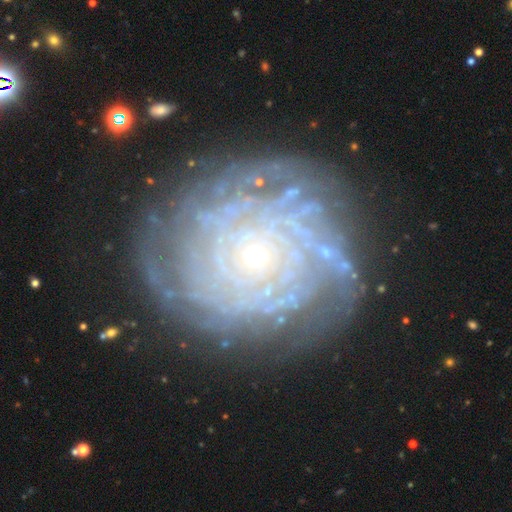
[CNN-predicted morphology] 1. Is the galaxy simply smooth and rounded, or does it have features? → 85% featured or disk, 8% smooth, 7% star or artifact.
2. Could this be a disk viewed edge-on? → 97% no, 3% yes.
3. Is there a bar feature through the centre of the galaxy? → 84% no, 11% weak, 4% strong.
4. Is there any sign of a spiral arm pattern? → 93% yes, 7% no.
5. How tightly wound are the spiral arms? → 84% tight, 12% medium, 3% loose.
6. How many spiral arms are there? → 35% can't tell, 24% more than 4, 14% 4, 10% 3, 9% 2, 7% 1.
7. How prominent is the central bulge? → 83% small, 13% moderate, 1% large, 1% none, 1% dominant.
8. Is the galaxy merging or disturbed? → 77% none, 15% minor disturbance, 6% major disturbance, 2% merger.